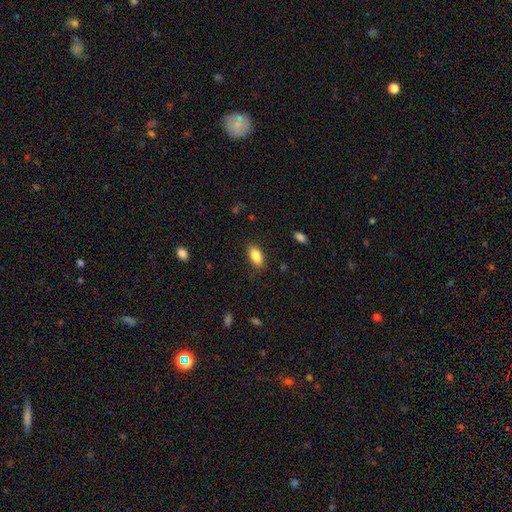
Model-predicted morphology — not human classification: Smooth or featured? Predicted: smooth (p=0.85). How rounded? Predicted: in between (p=0.90). Merging? Predicted: none (p=0.85).